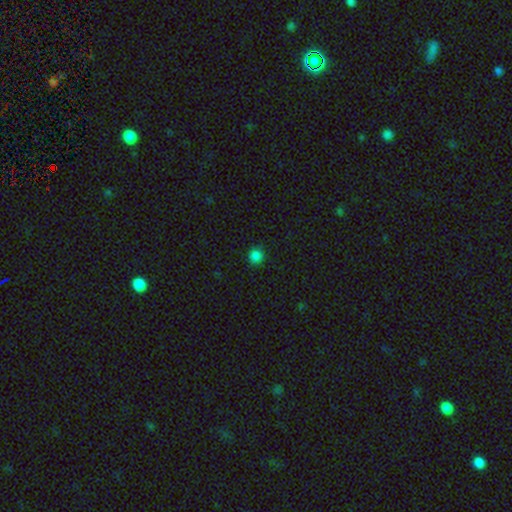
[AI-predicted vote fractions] Q: Smooth or featured?
A: smooth (83%); runner-up: star or artifact (14%)
Q: How rounded?
A: round (92%); runner-up: in between (7%)
Q: Merging?
A: none (91%); runner-up: minor disturbance (6%)